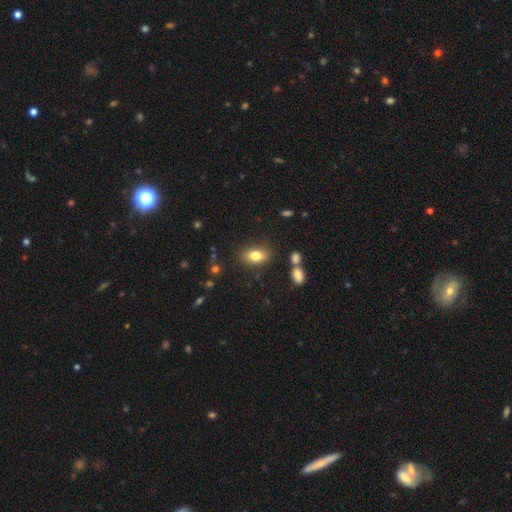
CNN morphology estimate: This appears to be a smooth galaxy with no disk features (80%) that is in between round and cigar-shaped (85%). Merging: none (81%).